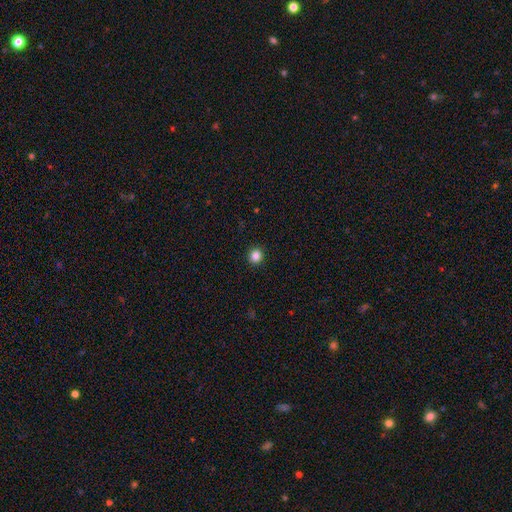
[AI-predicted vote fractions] smooth_or_featured: smooth (p=0.85) [alt: star or artifact p=0.11]
how_rounded: round (p=0.89) [alt: in between p=0.11]
merging: none (p=0.93) [alt: minor disturbance p=0.05]